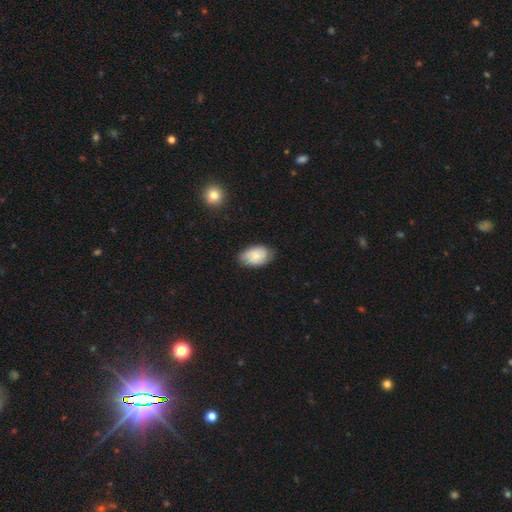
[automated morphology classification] smooth_or_featured: smooth (p=0.75) [alt: featured or disk p=0.18]
how_rounded: in between (p=0.89) [alt: round p=0.10]
merging: none (p=0.73) [alt: minor disturbance p=0.22]